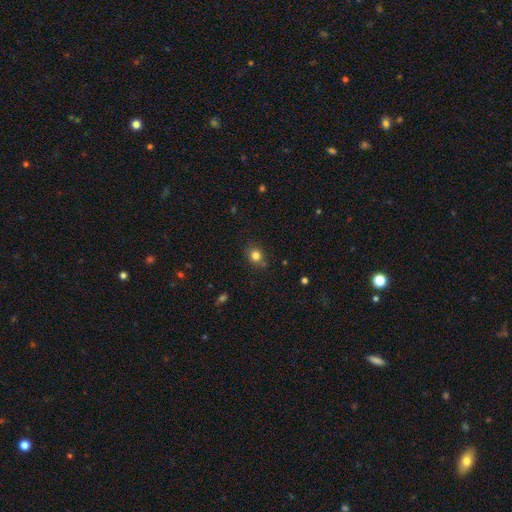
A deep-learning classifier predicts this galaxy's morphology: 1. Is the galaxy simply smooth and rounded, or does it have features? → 80% smooth, 13% star or artifact, 7% featured or disk.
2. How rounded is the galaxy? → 76% round, 23% in between, 1% cigar-shaped.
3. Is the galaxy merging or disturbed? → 78% none, 14% minor disturbance, 5% merger, 3% major disturbance.